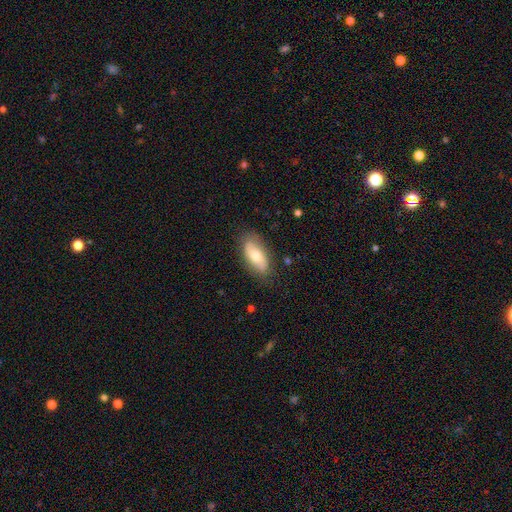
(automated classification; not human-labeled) smooth-or-featured: smooth: 62% | featured or disk: 32% | star or artifact: 6%
  how-rounded: in between: 88% | cigar-shaped: 8% | round: 3%
  merging: none: 79% | minor disturbance: 16% | major disturbance: 4% | merger: 1%